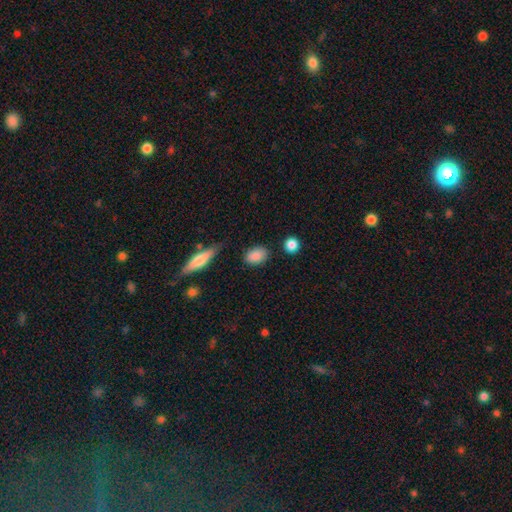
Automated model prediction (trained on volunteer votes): A smooth galaxy with no disk features (87%) that is in between round and cigar-shaped (75%).

Vote fractions:
- Smooth or featured? smooth: 87% / star or artifact: 7% / featured or disk: 5%
- How rounded? in between: 75% / round: 22% / cigar-shaped: 3%
- Merging? none: 80% / minor disturbance: 13% / merger: 3% / major disturbance: 3%